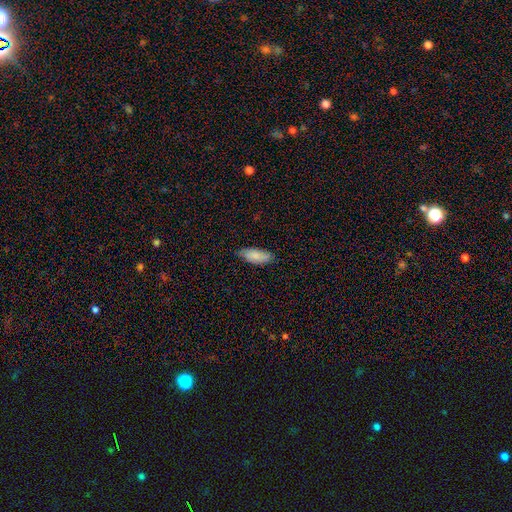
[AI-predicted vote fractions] smooth 83%, featured or disk 11%, star or artifact 6%. Down the decision tree: how rounded — in between (83%); merging — none (76%).